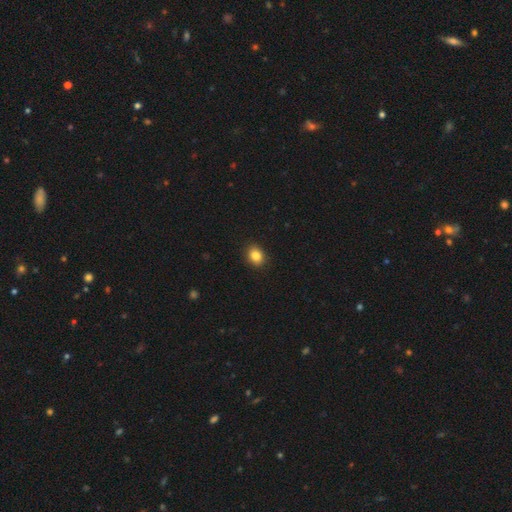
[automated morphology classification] Smooth or featured: smooth — 85% (star or artifact — 10%)
How rounded: round — 54% (in between — 45%)
Merging: none — 91% (minor disturbance — 7%)